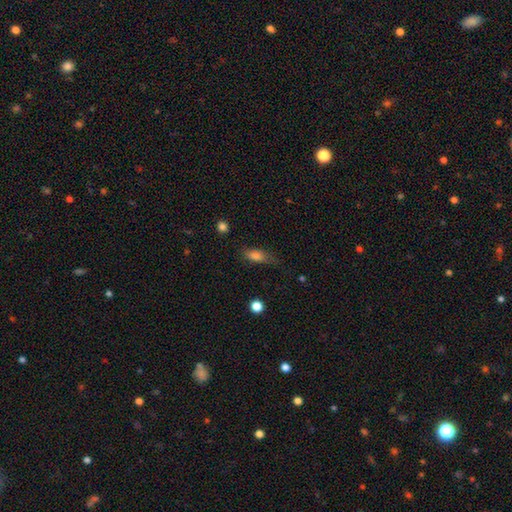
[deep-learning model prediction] Morphology: type=smooth (79%); roundness=in between (73%); merging=none (61%).